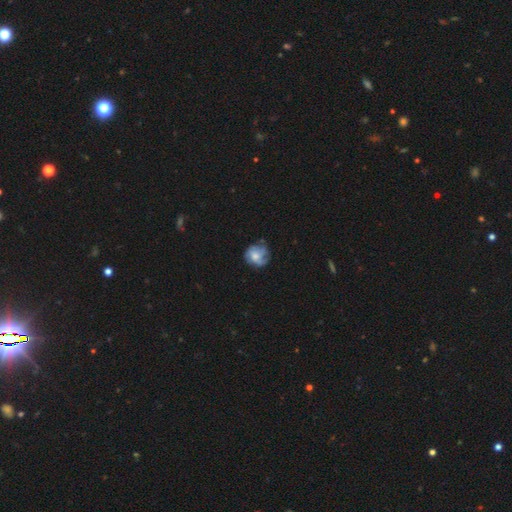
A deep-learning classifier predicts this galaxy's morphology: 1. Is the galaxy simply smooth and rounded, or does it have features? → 46% smooth (tied), 46% featured or disk (tied), 9% star or artifact.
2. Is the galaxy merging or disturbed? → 59% none, 25% minor disturbance, 14% major disturbance, 2% merger.